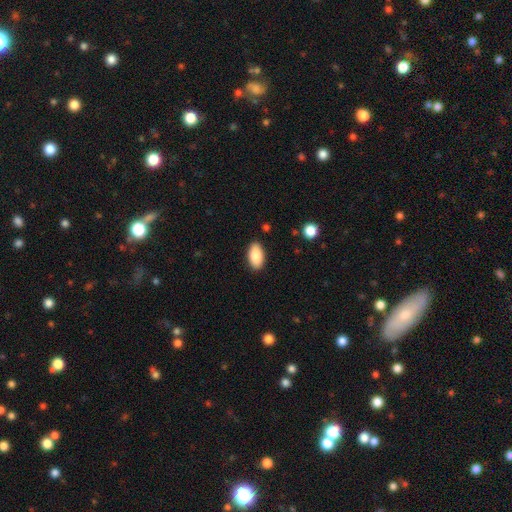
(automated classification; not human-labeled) Q: Smooth or featured?
A: smooth (88%); runner-up: star or artifact (7%)
Q: How rounded?
A: in between (94%); runner-up: cigar-shaped (3%)
Q: Merging?
A: none (88%); runner-up: minor disturbance (9%)